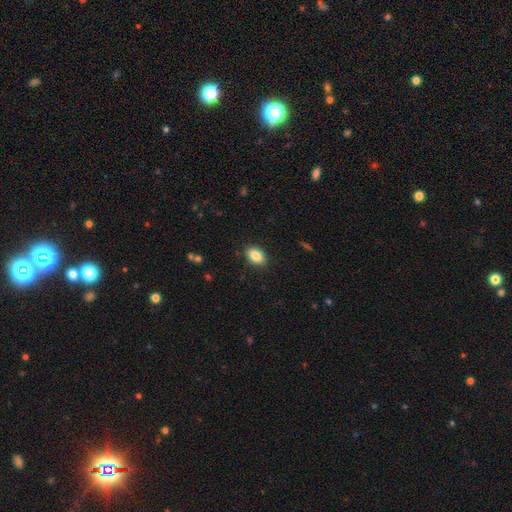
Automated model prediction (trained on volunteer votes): Smooth or featured: smooth — 86% (star or artifact — 8%)
How rounded: in between — 85% (round — 14%)
Merging: none — 88% (minor disturbance — 8%)